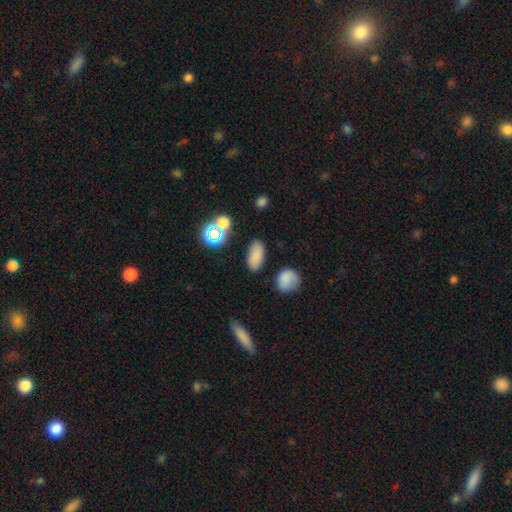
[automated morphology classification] Overall: smooth (81%). How rounded: in between (91%). Merging: none (83%).